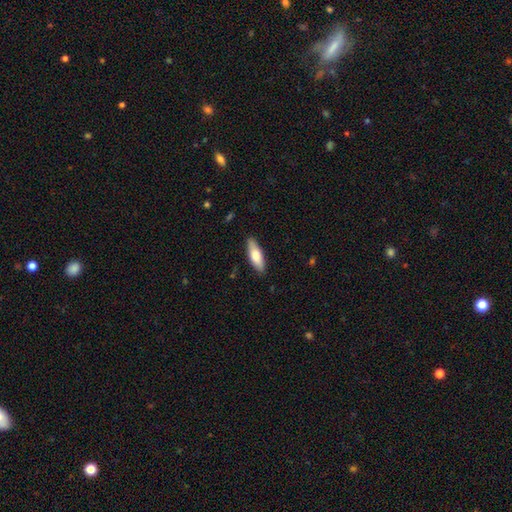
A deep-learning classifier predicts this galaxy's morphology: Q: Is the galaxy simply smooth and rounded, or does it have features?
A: smooth — 71%.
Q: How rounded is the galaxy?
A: in between — 56%.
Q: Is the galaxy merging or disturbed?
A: none — 88%.